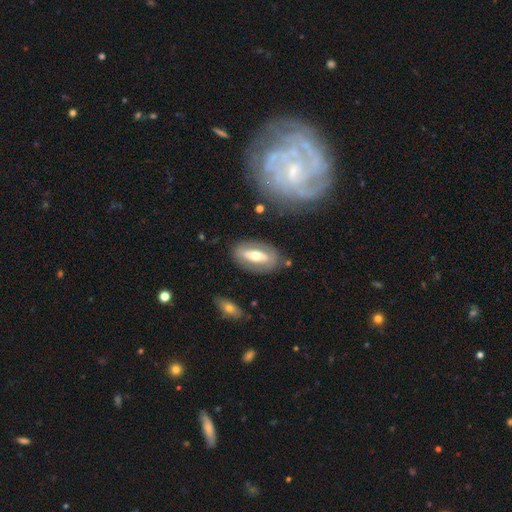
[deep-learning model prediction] featured or disk 56%, smooth 37%, star or artifact 6%. Down the decision tree: edge-on disk — no (81%); merging — none (80%).